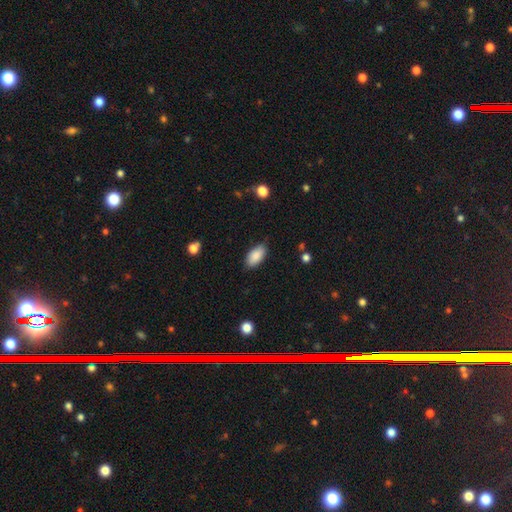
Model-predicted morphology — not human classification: smooth-or-featured: smooth: 88% | star or artifact: 7% | featured or disk: 5%
  how-rounded: in between: 93% | cigar-shaped: 5% | round: 2%
  merging: none: 83% | minor disturbance: 13% | major disturbance: 3% | merger: 1%